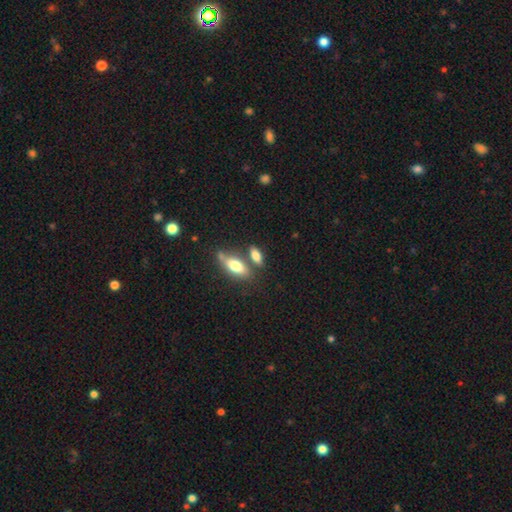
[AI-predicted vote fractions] This is likely a smooth galaxy (77%). How rounded: likely in between (77%). Merging: possibly none (54%).